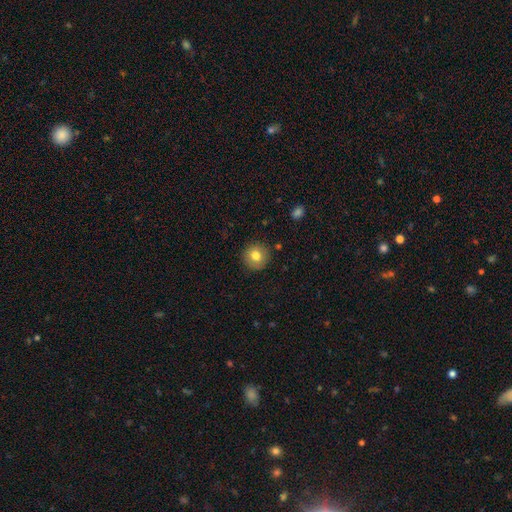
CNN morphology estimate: This appears to be a smooth galaxy with no disk features (79%) that is round (94%). Merging: none (90%).